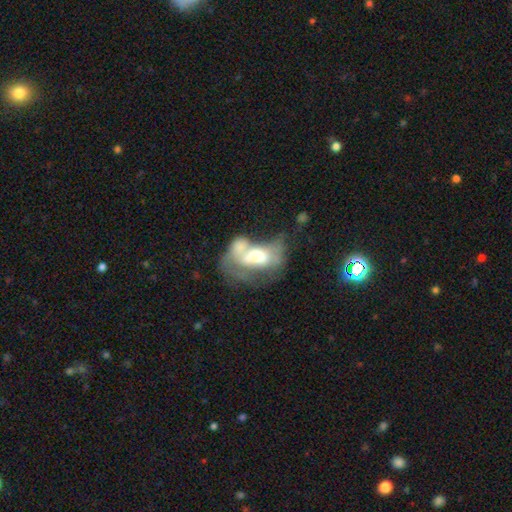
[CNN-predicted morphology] Smooth or featured? featured or disk (48%)
Merging? merger (48%)